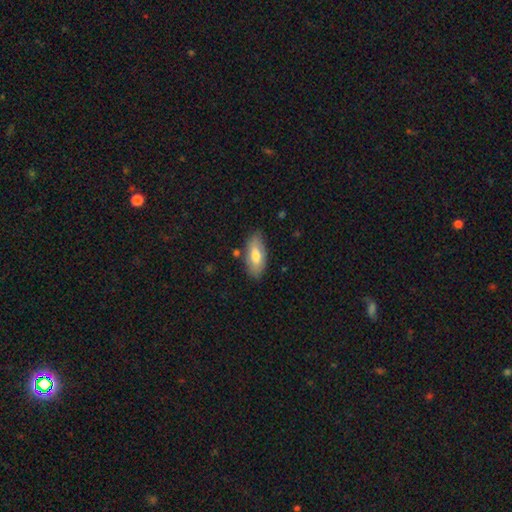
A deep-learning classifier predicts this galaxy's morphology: Q: Smooth or featured?
A: smooth (71%); runner-up: featured or disk (23%)
Q: How rounded?
A: in between (87%); runner-up: cigar-shaped (11%)
Q: Merging?
A: none (78%); runner-up: minor disturbance (16%)